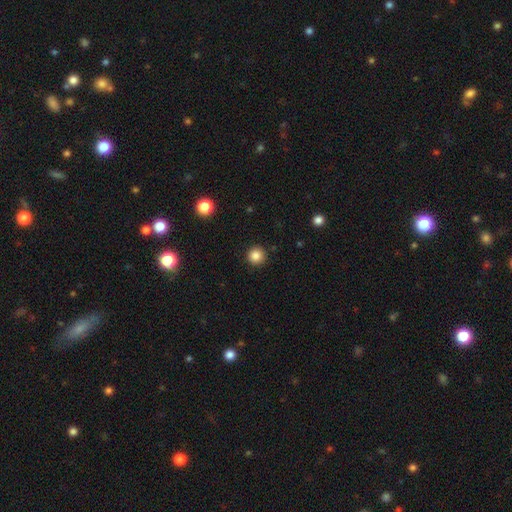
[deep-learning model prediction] This appears to be a smooth galaxy with no disk features (85%) that is round (95%). Merging: none (92%).